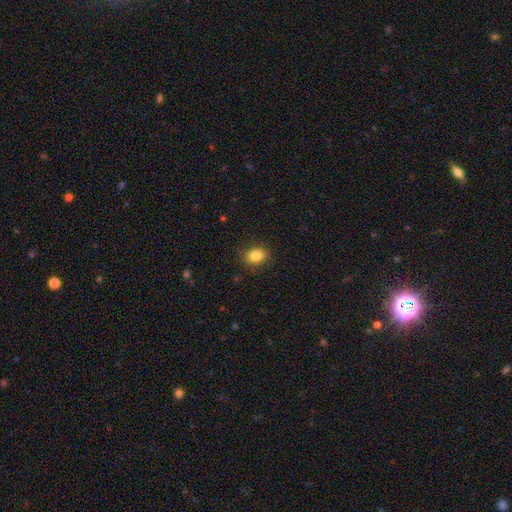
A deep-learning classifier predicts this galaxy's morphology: Overall: smooth (84%). How rounded: in between (62%; round 37%). Merging: none (83%).